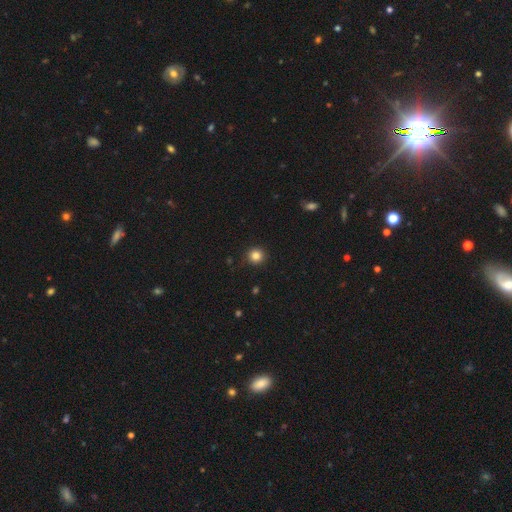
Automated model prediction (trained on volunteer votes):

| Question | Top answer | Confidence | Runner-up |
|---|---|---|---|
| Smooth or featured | smooth | 84% | star or artifact (12%) |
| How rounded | round | 94% | in between (5%) |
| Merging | none | 91% | minor disturbance (6%) |